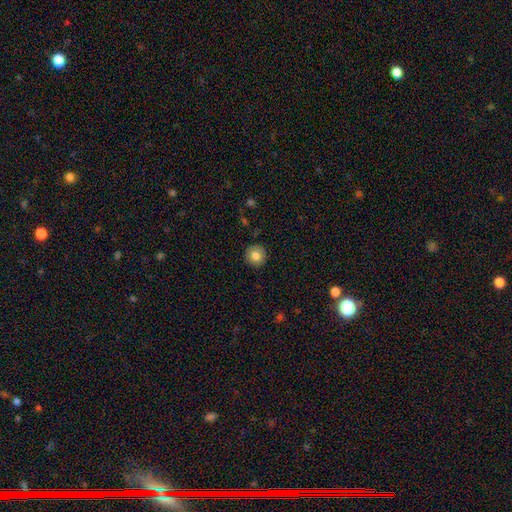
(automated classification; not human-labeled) Q: Smooth or featured?
A: smooth (81%); runner-up: featured or disk (10%)
Q: How rounded?
A: round (94%); runner-up: in between (5%)
Q: Merging?
A: none (90%); runner-up: minor disturbance (7%)